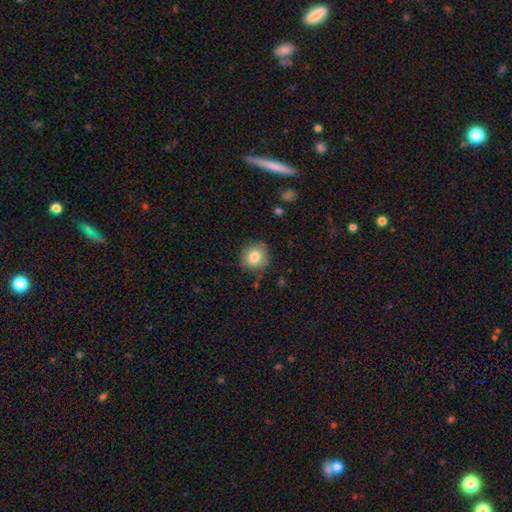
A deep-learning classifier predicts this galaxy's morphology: A smooth galaxy with no disk features (82%) that is round (89%). Merging: none (86%).